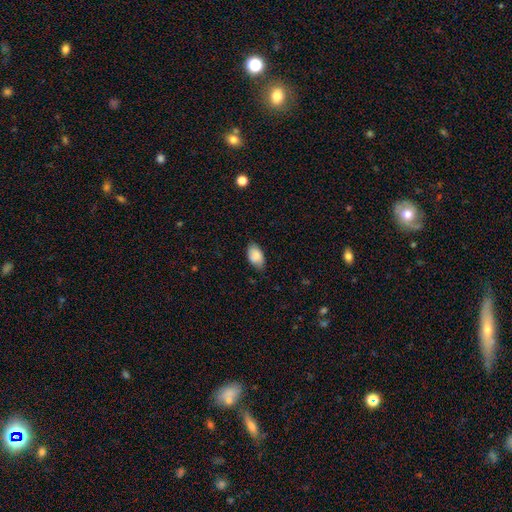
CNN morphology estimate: Q: Smooth or featured?
A: smooth (83%); runner-up: featured or disk (10%)
Q: How rounded?
A: in between (93%); runner-up: round (5%)
Q: Merging?
A: none (74%); runner-up: minor disturbance (22%)